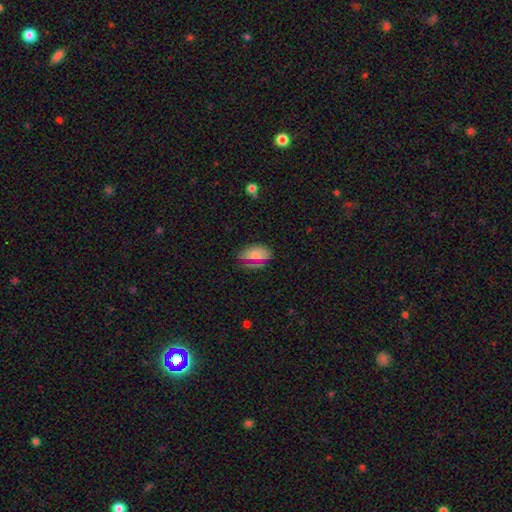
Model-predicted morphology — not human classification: The model was most divided on "merging": none: 71%, minor disturbance: 18%, major disturbance: 6%, merger: 5%. More confident: how rounded — in between (88%); smooth or featured — smooth (73%).